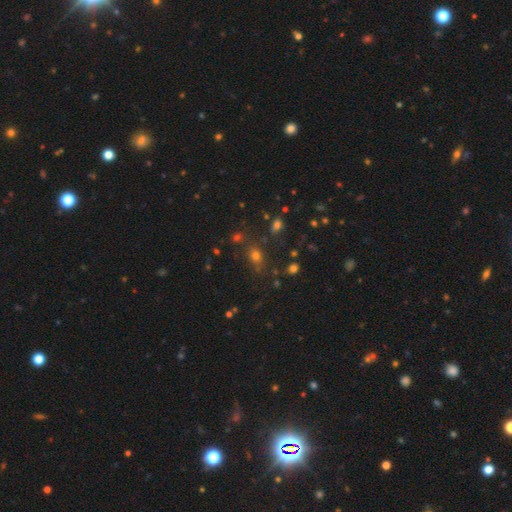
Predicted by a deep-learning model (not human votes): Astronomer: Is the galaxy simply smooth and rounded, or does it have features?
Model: smooth — 59%.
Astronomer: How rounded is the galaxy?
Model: round — 54% (runner-up: in between, 43%).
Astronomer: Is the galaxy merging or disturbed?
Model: none — 73%.